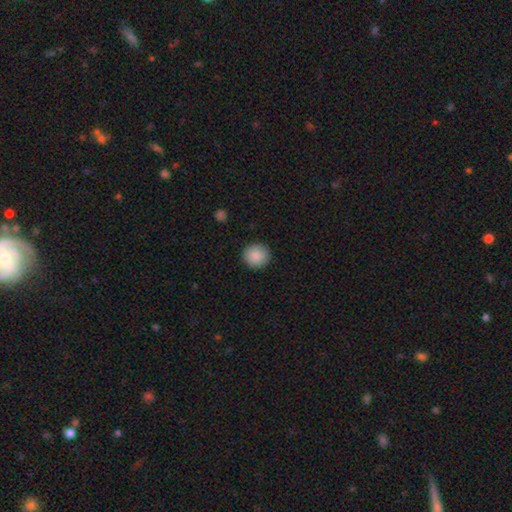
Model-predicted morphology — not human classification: Smooth or featured? Predicted: smooth (p=0.88). How rounded? Predicted: round (p=0.94). Merging? Predicted: none (p=0.92).